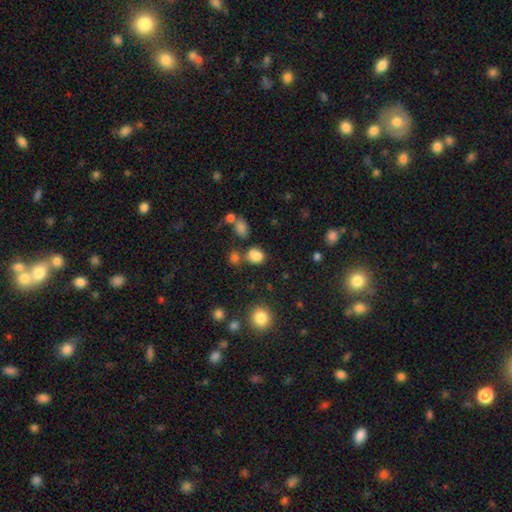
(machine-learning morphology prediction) Smooth or featured? smooth (80%)
How rounded? round (58%)
Merging? none (58%)